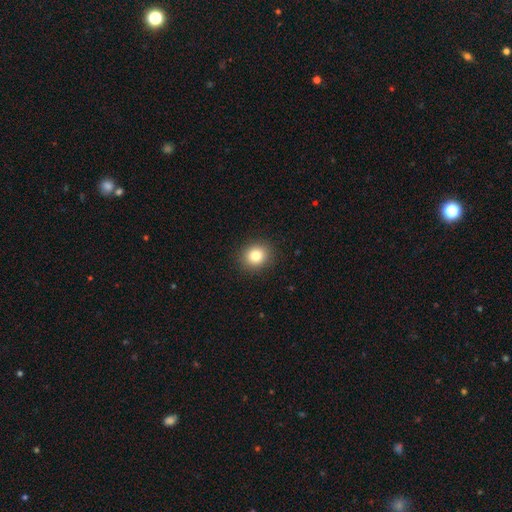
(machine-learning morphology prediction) Smooth or featured?
  - smooth: 83% *
  - star or artifact: 11%
  - featured or disk: 7%
How rounded?
  - round: 76% *
  - in between: 23%
  - cigar-shaped: 1%
Merging?
  - none: 91% *
  - minor disturbance: 6%
  - major disturbance: 2%
  - merger: 1%